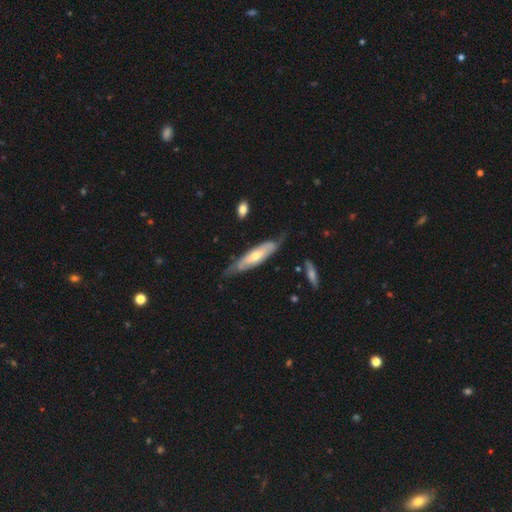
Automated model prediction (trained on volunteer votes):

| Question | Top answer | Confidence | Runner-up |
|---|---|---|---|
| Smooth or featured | featured or disk | 62% | smooth (32%) |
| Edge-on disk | no | 59% | yes (41%) |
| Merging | none | 65% | minor disturbance (26%) |